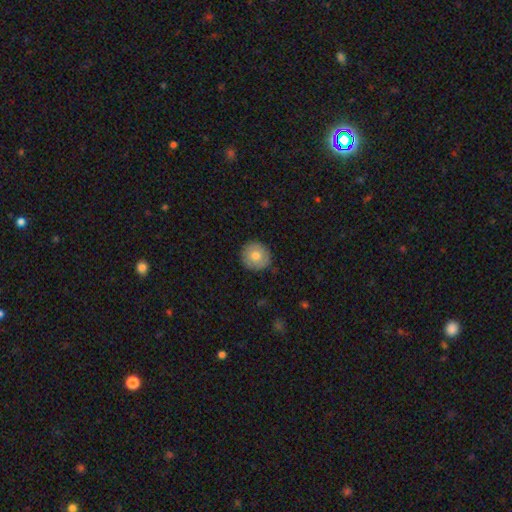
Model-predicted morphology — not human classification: The model was most divided on "smooth or featured": smooth: 75%, featured or disk: 17%, star or artifact: 8%. More confident: how rounded — round (93%); merging — none (89%).